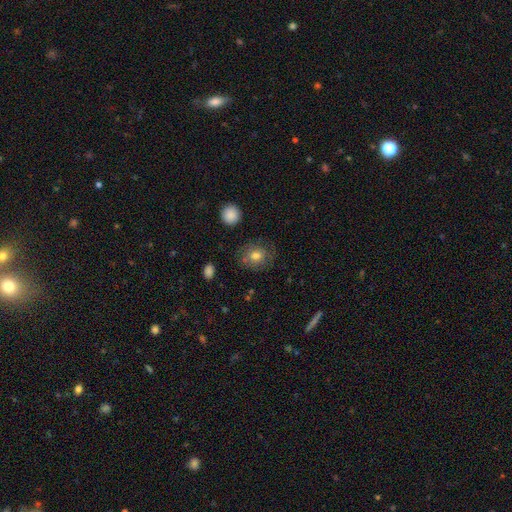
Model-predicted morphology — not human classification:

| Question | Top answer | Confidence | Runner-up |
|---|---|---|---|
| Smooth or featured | smooth | 71% | featured or disk (19%) |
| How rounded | round | 70% | in between (29%) |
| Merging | none | 72% | minor disturbance (18%) |